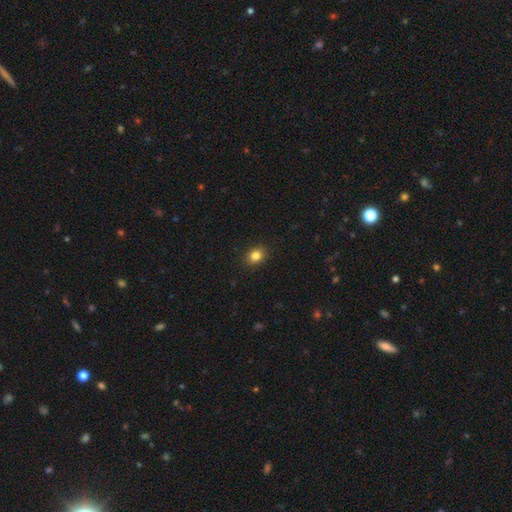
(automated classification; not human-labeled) smooth_or_featured: smooth (p=0.83) [alt: star or artifact p=0.11]
how_rounded: in between (p=0.50) [alt: round p=0.49]
merging: none (p=0.90) [alt: minor disturbance p=0.07]